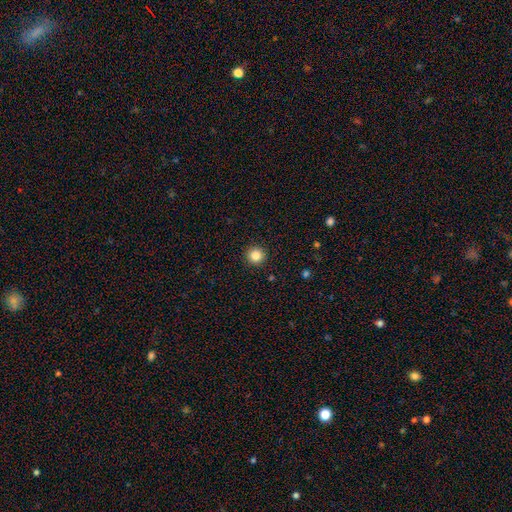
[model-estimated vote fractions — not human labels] smooth 85%, star or artifact 11%, featured or disk 4%. Down the decision tree: how rounded — round (95%); merging — none (93%).